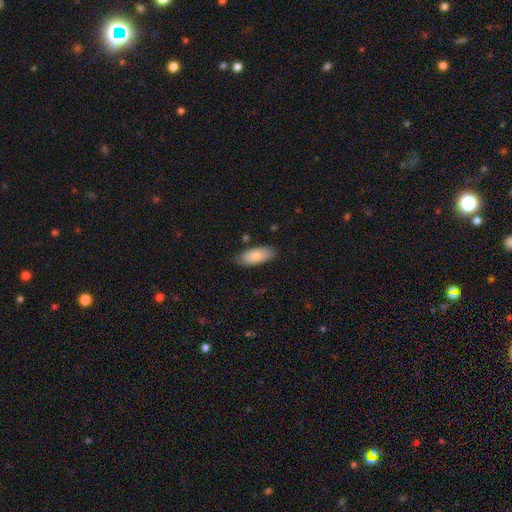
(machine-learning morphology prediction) Smooth or featured?
  - smooth: 80% *
  - featured or disk: 14%
  - star or artifact: 6%
How rounded?
  - in between: 83% *
  - cigar-shaped: 15%
  - round: 2%
Merging?
  - none: 81% *
  - minor disturbance: 15%
  - major disturbance: 3%
  - merger: 2%